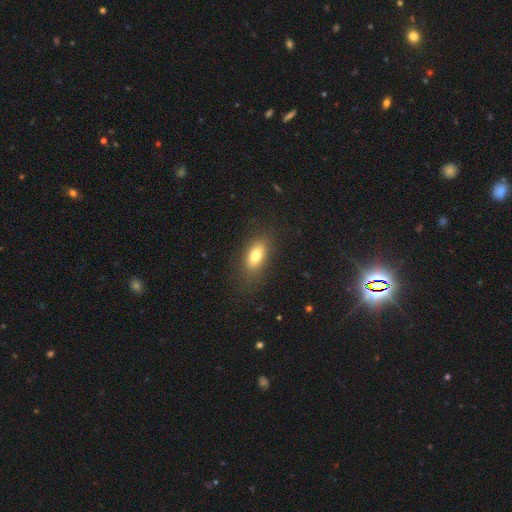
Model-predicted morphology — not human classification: This is likely a smooth galaxy (76%). How rounded: clearly in between (83%). Merging: clearly none (82%).